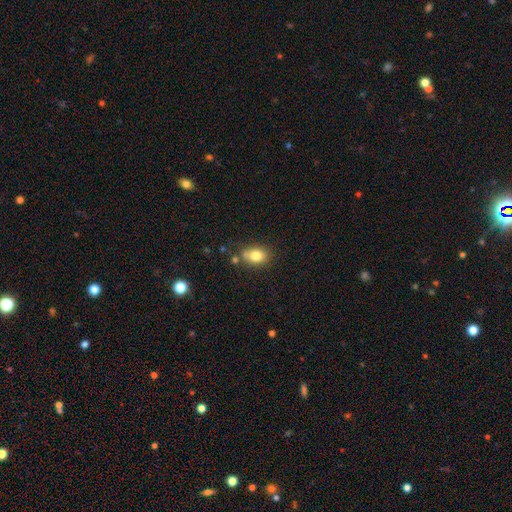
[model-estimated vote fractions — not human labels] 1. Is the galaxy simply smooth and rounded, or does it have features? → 80% smooth, 11% featured or disk, 9% star or artifact.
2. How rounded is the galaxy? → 70% in between, 29% round, 1% cigar-shaped.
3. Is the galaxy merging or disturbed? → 66% none, 18% minor disturbance, 12% merger, 4% major disturbance.